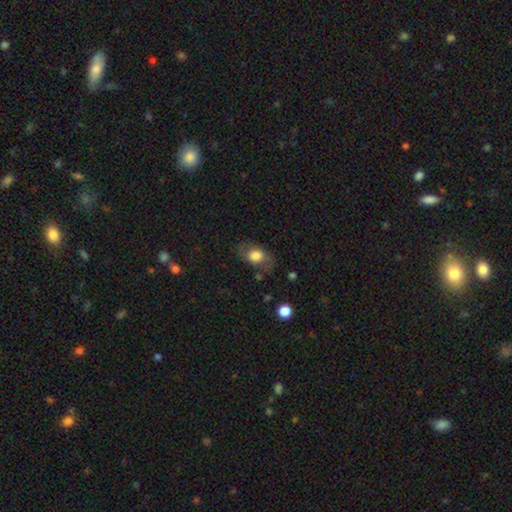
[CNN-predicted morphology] Overall: smooth (68%). How rounded: in between (68%; round 30%). Merging: none (68%).